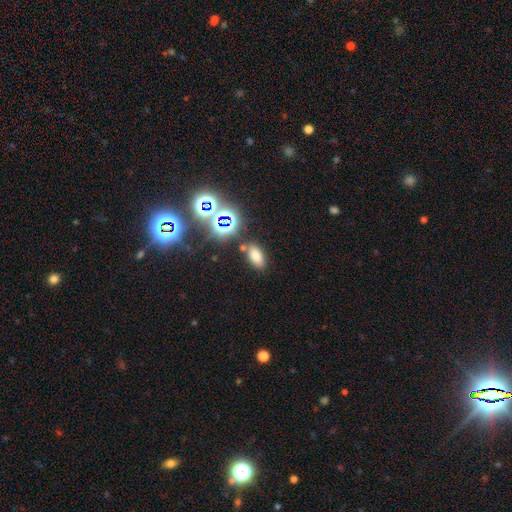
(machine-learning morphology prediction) Smooth or featured? Predicted: smooth (p=0.70). How rounded? Predicted: in between (p=0.89). Merging? Predicted: none (p=0.80).